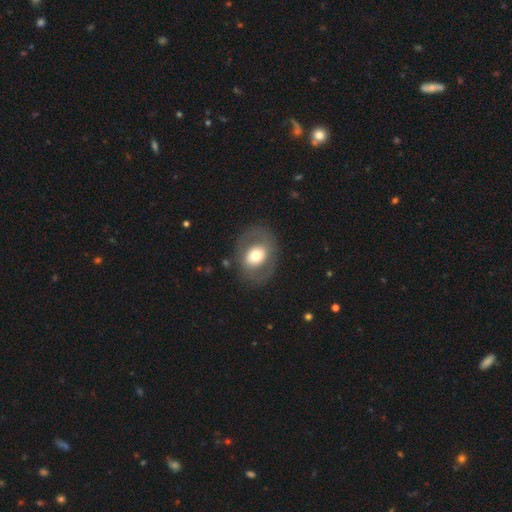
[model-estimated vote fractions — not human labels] Smooth or featured? smooth (53%)
How rounded? in between (55%)
Merging? none (78%)